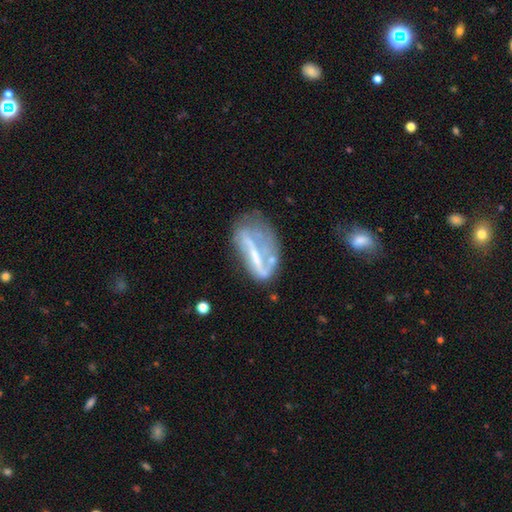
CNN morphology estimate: A featured or disk galaxy (67%) with a strong bar (54%), no spiral arms (52%) and a small central bulge (37%).

Vote fractions:
- Smooth or featured? featured or disk: 67% / smooth: 24% / star or artifact: 9%
- Edge-on disk? no: 87% / yes: 13%
- Bar? strong: 54% / weak: 23% / no: 23%
- Spiral arms? no: 52% / yes: 48%
- Bulge size? small: 37% / none: 35% / moderate: 22% / large: 4% / dominant: 2%
- Merging? none: 35% / major disturbance: 31% / minor disturbance: 25% / merger: 10%